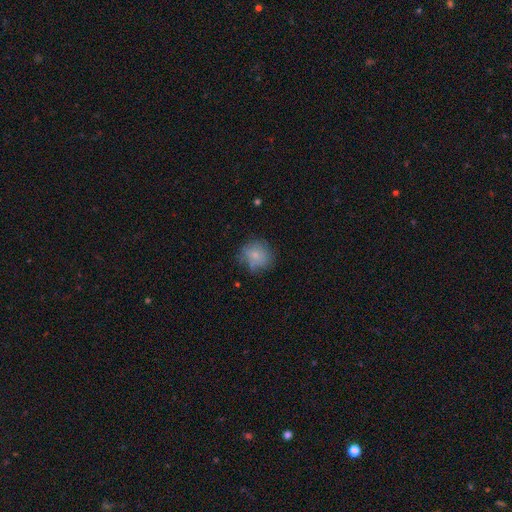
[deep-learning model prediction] smooth 76%, featured or disk 15%, star or artifact 9%. Down the decision tree: how rounded — round (83%); merging — none (65%).